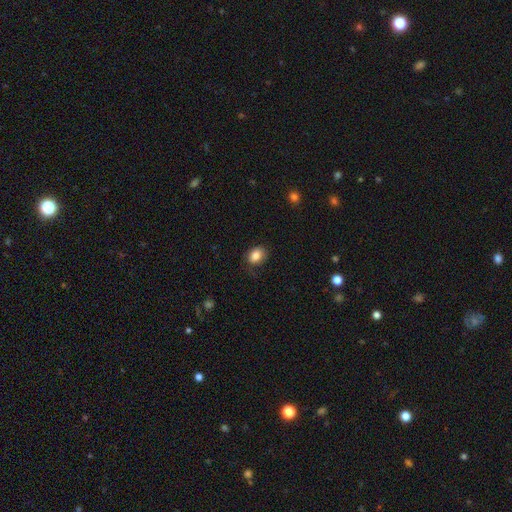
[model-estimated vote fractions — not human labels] The model was most divided on "how rounded": in between: 61%, round: 38%, cigar-shaped: 1%. More confident: smooth or featured — smooth (85%); merging — none (76%).